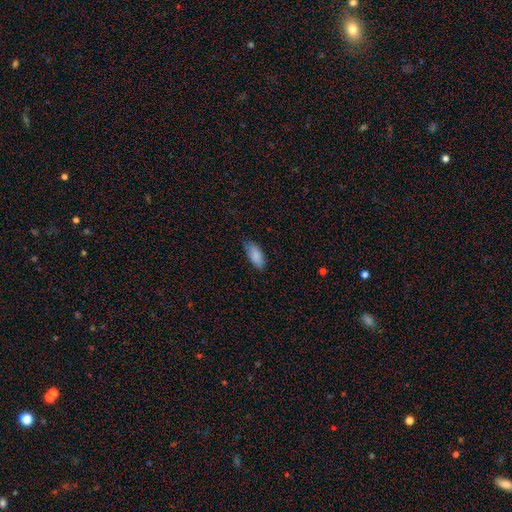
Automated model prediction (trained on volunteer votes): This appears to be a smooth galaxy with no disk features (87%) that is in between round and cigar-shaped (87%). Merging: none (75%).